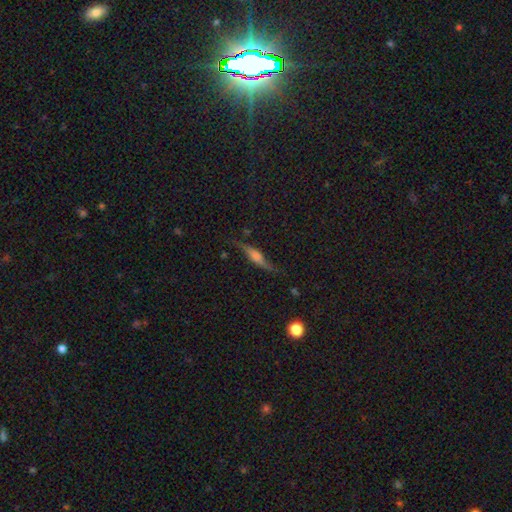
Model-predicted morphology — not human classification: smooth_or_featured: featured or disk (p=0.67) [alt: smooth p=0.24]
disk_edge_on: yes (p=0.76) [alt: no p=0.24]
edge_on_bulge: rounded (p=0.69) [alt: boxy p=0.21]
merging: none (p=0.69) [alt: minor disturbance p=0.20]